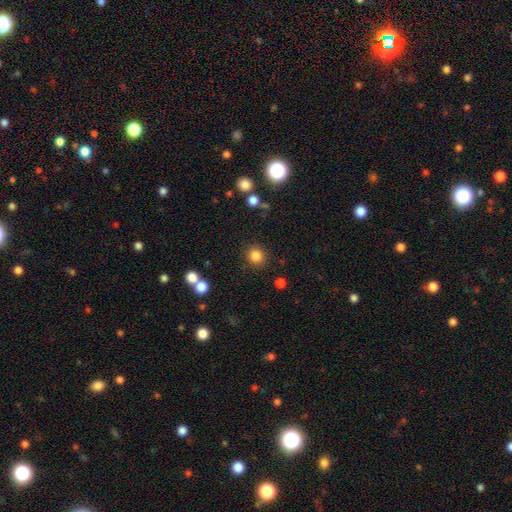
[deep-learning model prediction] Morphology: type=smooth (84%); roundness=round (90%); merging=none (89%).